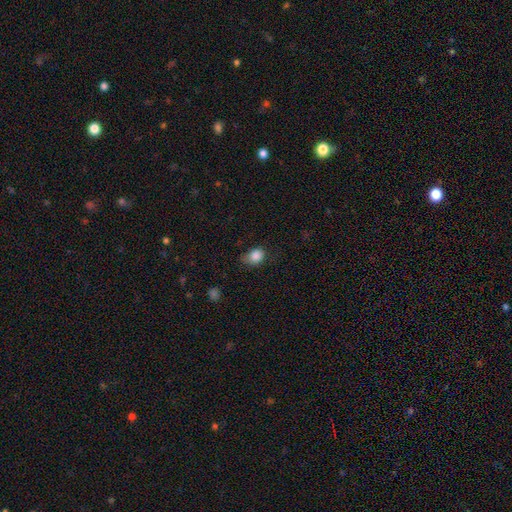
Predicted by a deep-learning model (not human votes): smooth-or-featured: smooth: 86% | star or artifact: 9% | featured or disk: 5%
  how-rounded: in between: 53% | round: 46% | cigar-shaped: 1%
  merging: none: 55% | minor disturbance: 33% | major disturbance: 10% | merger: 2%